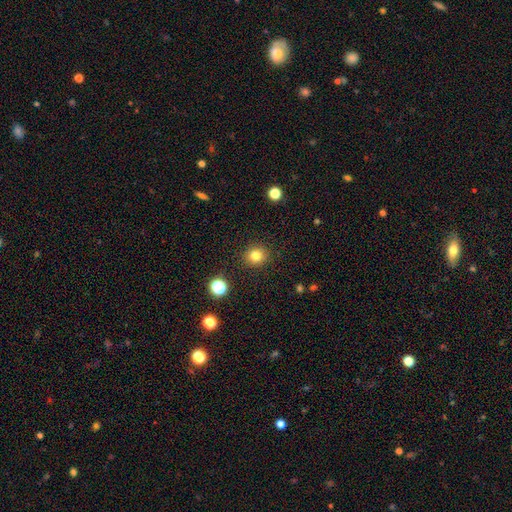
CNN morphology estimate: smooth_or_featured: smooth (p=0.81) [alt: star or artifact p=0.13]
how_rounded: round (p=0.85) [alt: in between p=0.14]
merging: none (p=0.90) [alt: minor disturbance p=0.06]